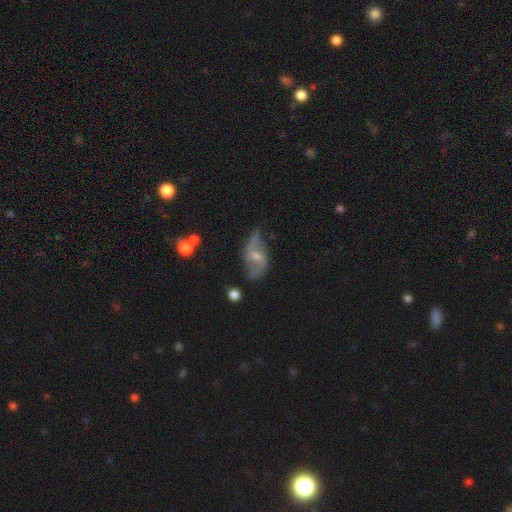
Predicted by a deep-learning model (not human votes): A featured or disk galaxy (79%) with a weak bar (50%), 2 (89%) loose (75%) spiral arms (89%) and a small central bulge (55%). Merging: none (57%).